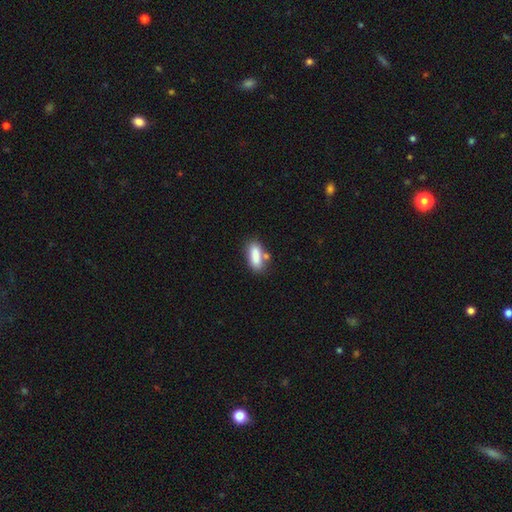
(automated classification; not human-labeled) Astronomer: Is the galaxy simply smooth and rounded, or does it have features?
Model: smooth — 83%.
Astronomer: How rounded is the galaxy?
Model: in between — 74%.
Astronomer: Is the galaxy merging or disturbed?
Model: none — 62%.